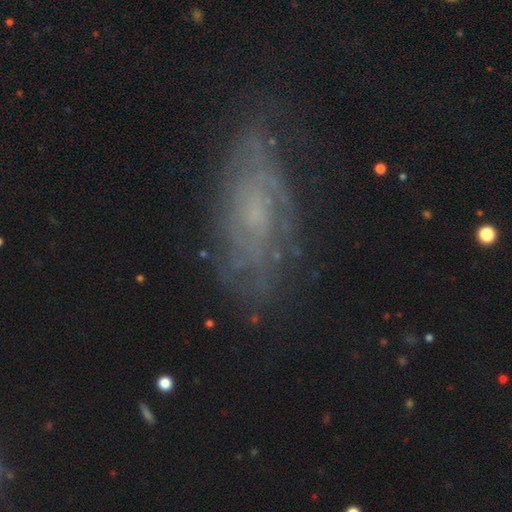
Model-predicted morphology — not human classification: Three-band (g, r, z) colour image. It shows a featured or disk galaxy (71%) with no bar (69%), tight (54%) spiral arms (80%) and a small central bulge (50%). Merging: none (69%).